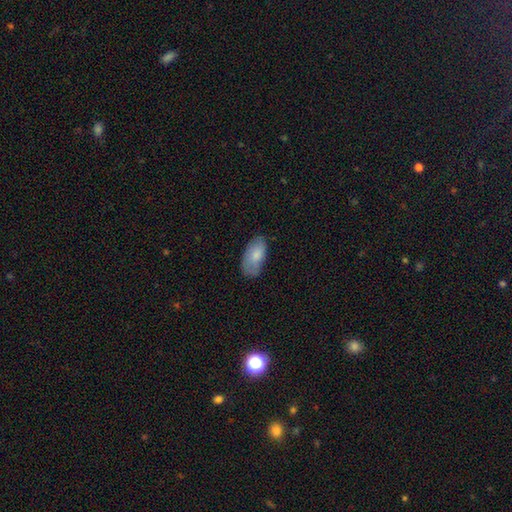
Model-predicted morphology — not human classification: smooth_or_featured: smooth (p=0.80) [alt: featured or disk p=0.14]
how_rounded: in between (p=0.94) [alt: cigar-shaped p=0.03]
merging: none (p=0.63) [alt: minor disturbance p=0.28]